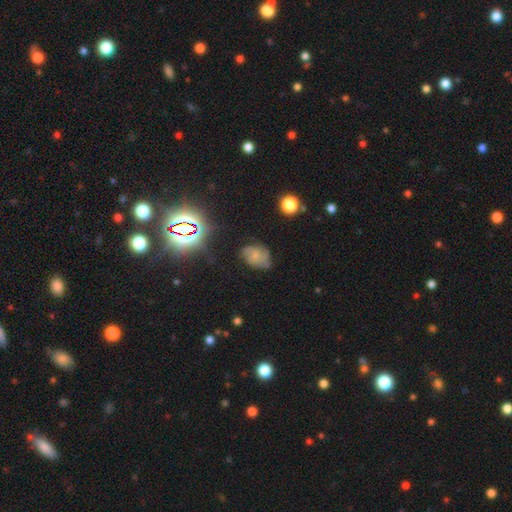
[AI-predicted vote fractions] Smooth or featured? Predicted: featured or disk (p=0.53). Edge-on disk? Predicted: no (p=0.97). Bar? Predicted: no (p=0.75). Spiral arms? Predicted: yes (p=0.84). Bulge size? Predicted: small (p=0.52). Merging? Predicted: none (p=0.63).